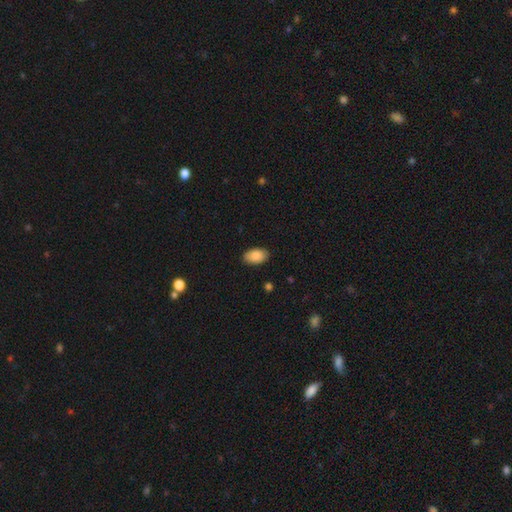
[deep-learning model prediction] Overall: smooth (86%). How rounded: in between (94%). Merging: none (88%).